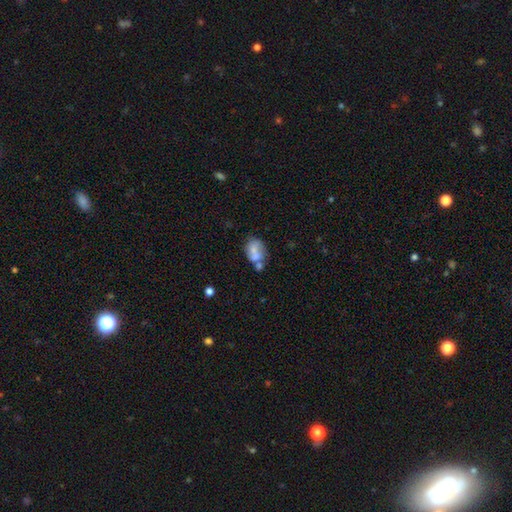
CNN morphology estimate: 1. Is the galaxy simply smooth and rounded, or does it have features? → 62% smooth, 29% featured or disk, 9% star or artifact.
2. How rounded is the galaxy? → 74% in between, 25% round, 1% cigar-shaped.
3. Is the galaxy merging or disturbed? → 36% merger, 35% none, 19% minor disturbance, 10% major disturbance.